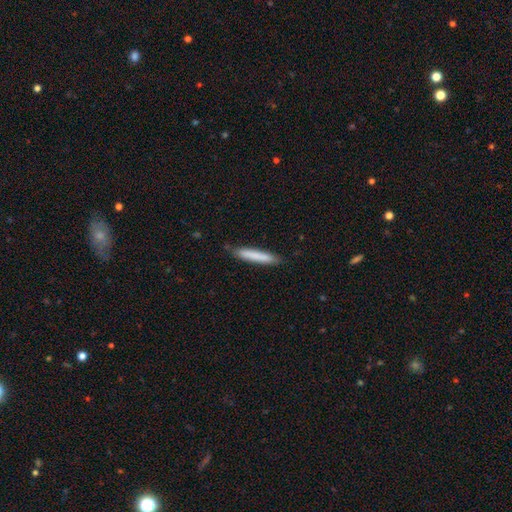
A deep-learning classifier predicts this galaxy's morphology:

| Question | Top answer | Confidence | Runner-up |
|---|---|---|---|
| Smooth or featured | smooth | 80% | featured or disk (14%) |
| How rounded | cigar-shaped | 93% | in between (6%) |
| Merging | none | 85% | minor disturbance (12%) |